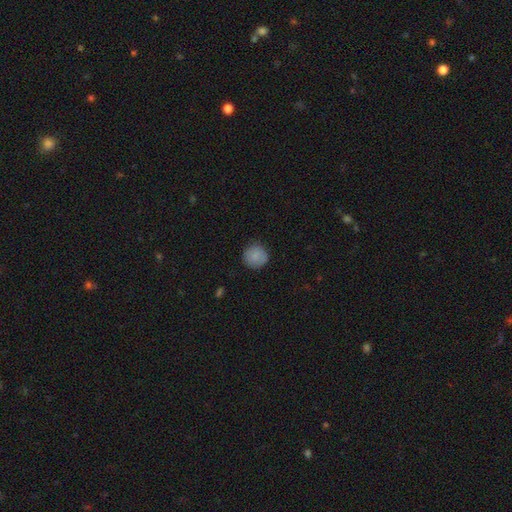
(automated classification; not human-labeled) smooth_or_featured: smooth (p=0.85) [alt: star or artifact p=0.08]
how_rounded: round (p=0.93) [alt: in between p=0.06]
merging: none (p=0.87) [alt: minor disturbance p=0.09]